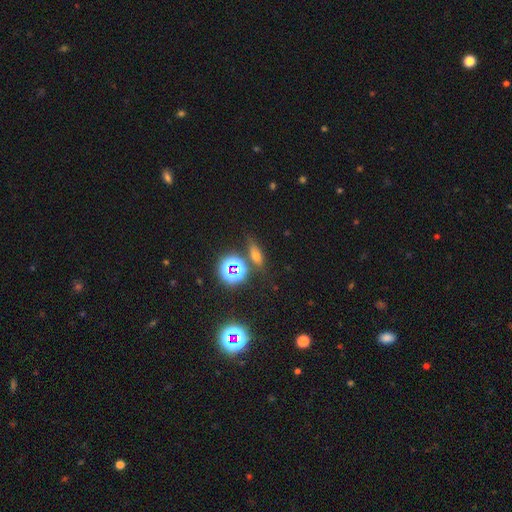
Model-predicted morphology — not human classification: This is possibly a smooth galaxy (51%). How rounded: possibly in between (57%). Merging: likely none (73%).